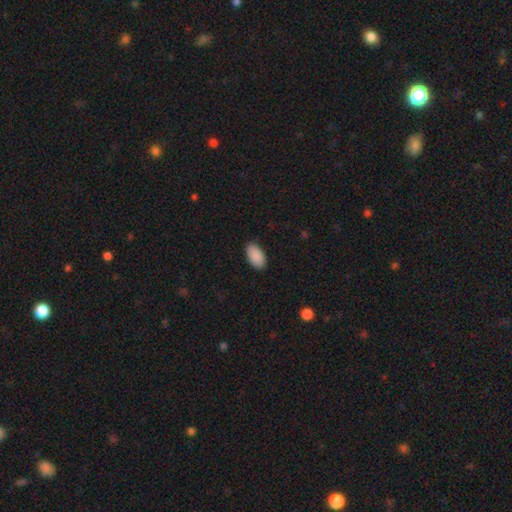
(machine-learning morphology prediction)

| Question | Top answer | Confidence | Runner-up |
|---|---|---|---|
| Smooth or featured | smooth | 91% | star or artifact (6%) |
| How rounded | in between | 96% | round (3%) |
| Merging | none | 89% | minor disturbance (9%) |